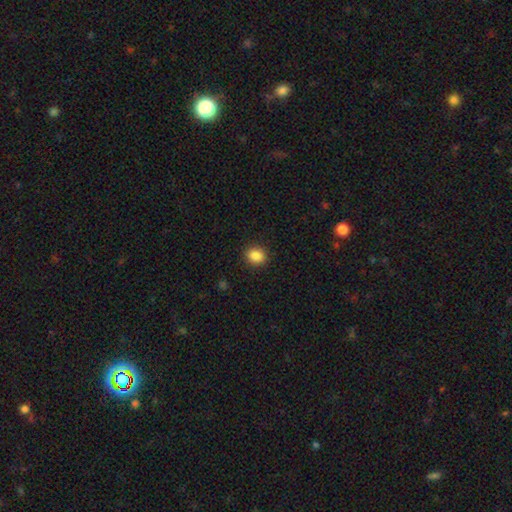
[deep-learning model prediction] A smooth galaxy with no disk features (86%) that is round (59%).

Vote fractions:
- Smooth or featured? smooth: 86% / star or artifact: 10% / featured or disk: 4%
- How rounded? round: 59% / in between: 40% / cigar-shaped: 1%
- Merging? none: 90% / minor disturbance: 7% / major disturbance: 2% / merger: 1%